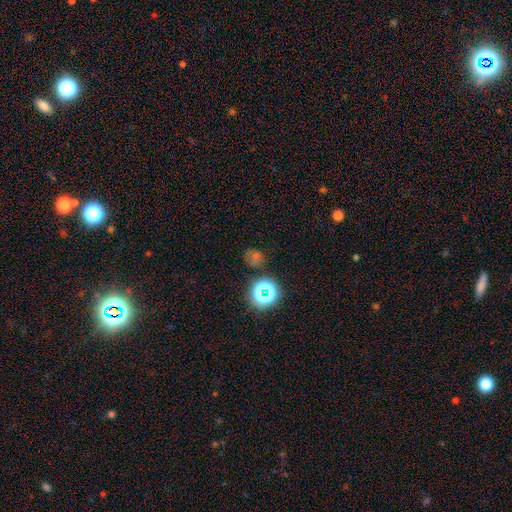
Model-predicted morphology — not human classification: smooth_or_featured: star or artifact (p=0.50) [alt: smooth p=0.40]